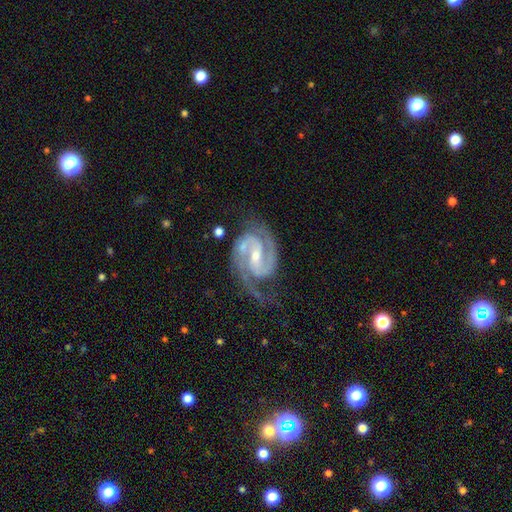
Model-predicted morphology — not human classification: Overall: featured or disk (94%). Edge-on disk: no (98%). Bar: weak (41%, tied with strong). Spiral arms: yes (99%). Spiral arm count: 2 (91%). Spiral winding: medium (51%; tight 42%). Bulge size: small (57%; moderate 39%). Merging: none (70%).